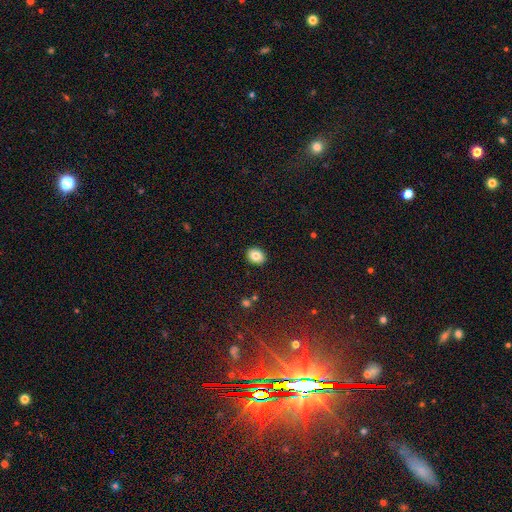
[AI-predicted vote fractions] smooth 84%, star or artifact 9%, featured or disk 8%. Down the decision tree: how rounded — in between (52%); merging — none (91%).